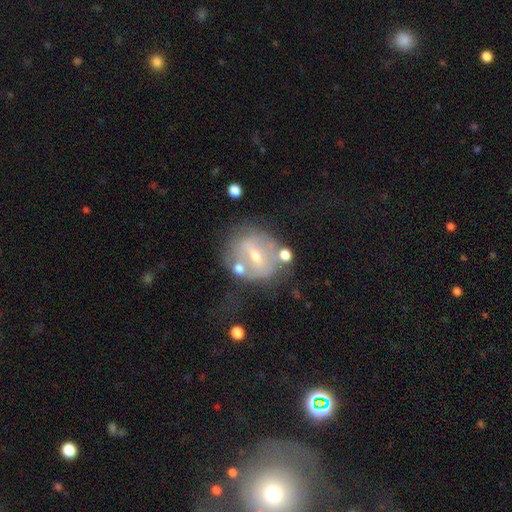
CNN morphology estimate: The model was most divided on "bar": strong: 41%, weak: 39%, no: 21%. More confident: edge-on disk — no (94%); smooth or featured — featured or disk (67%); spiral arms — no (59%); bulge size — small (58%); merging — none (56%).